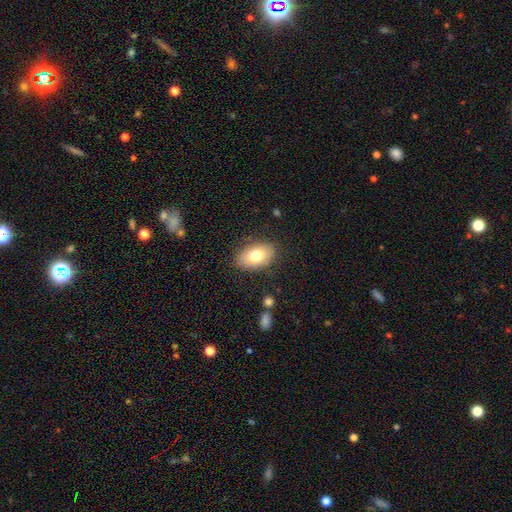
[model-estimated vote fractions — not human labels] Smooth or featured? smooth (76%)
How rounded? in between (91%)
Merging? none (83%)